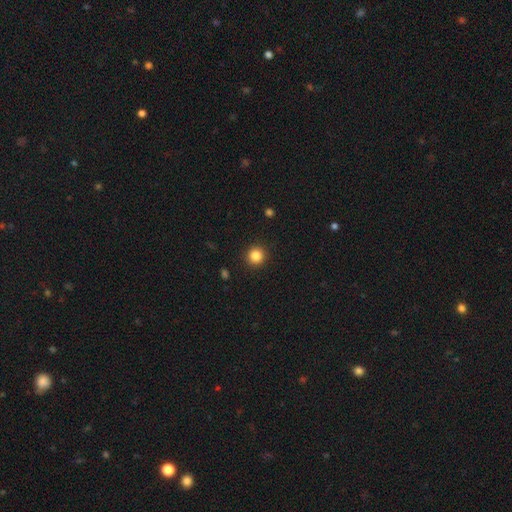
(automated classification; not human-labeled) Smooth or featured?
  - smooth: 84% *
  - star or artifact: 12%
  - featured or disk: 5%
How rounded?
  - round: 95% *
  - in between: 4%
  - cigar-shaped: 1%
Merging?
  - none: 92% *
  - minor disturbance: 5%
  - major disturbance: 2%
  - merger: 1%